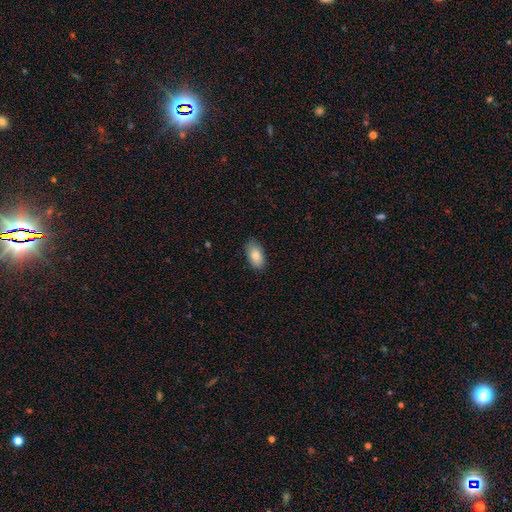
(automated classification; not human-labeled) Smooth or featured: smooth — 87% (featured or disk — 7%)
How rounded: in between — 94% (round — 4%)
Merging: none — 84% (minor disturbance — 12%)